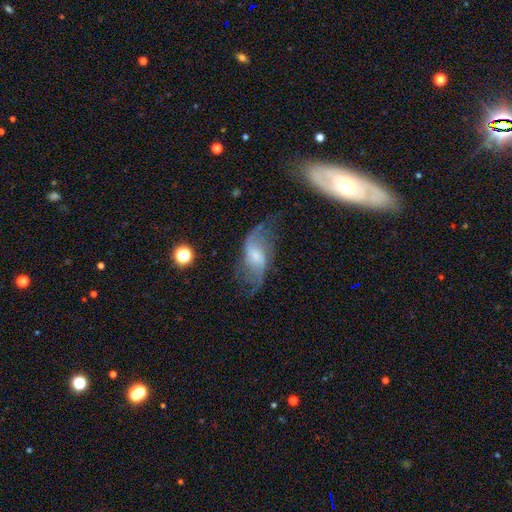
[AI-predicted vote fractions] Smooth or featured?
  - featured or disk: 75% *
  - smooth: 17%
  - star or artifact: 8%
Edge-on disk?
  - no: 94% *
  - yes: 6%
Bar?
  - weak: 48% *
  - no: 34%
  - strong: 18%
Spiral arms?
  - yes: 90% *
  - no: 10%
Spiral winding?
  - loose: 70% *
  - medium: 23%
  - tight: 6%
Spiral arm count?
  - 2: 84% *
  - can't tell: 8%
  - 1: 3%
  - 3: 2%
  - 4: 1%
  - more than 4: 1%
Bulge size?
  - small: 58% *
  - moderate: 27%
  - none: 9%
  - large: 4%
  - dominant: 1%
Merging?
  - none: 52% *
  - major disturbance: 24%
  - minor disturbance: 21%
  - merger: 4%